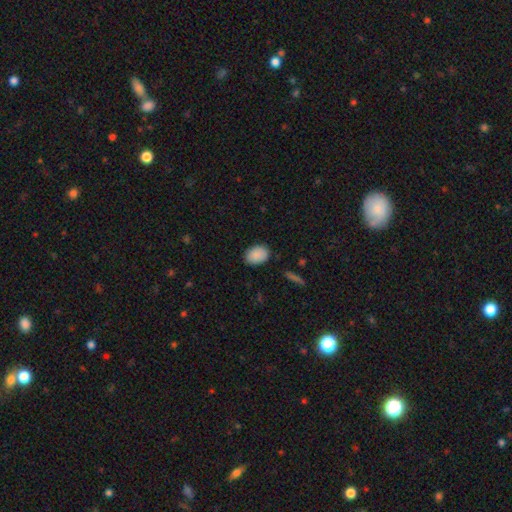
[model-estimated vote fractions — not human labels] Smooth or featured? smooth (89%)
How rounded? in between (79%)
Merging? none (86%)